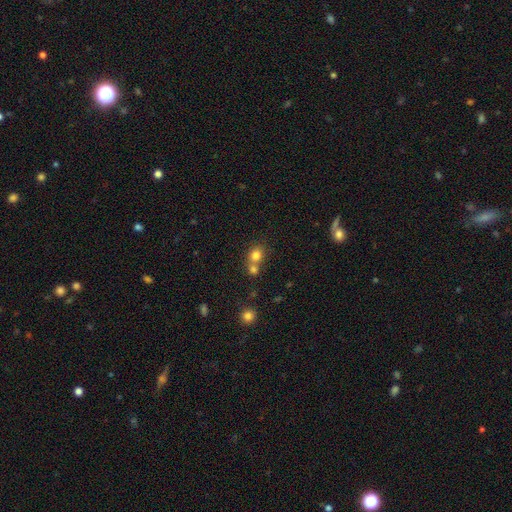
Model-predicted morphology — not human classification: smooth-or-featured: smooth: 79% | star or artifact: 13% | featured or disk: 8%
  how-rounded: round: 76% | in between: 23% | cigar-shaped: 1%
  merging: merger: 47% | none: 43% | minor disturbance: 7% | major disturbance: 3%